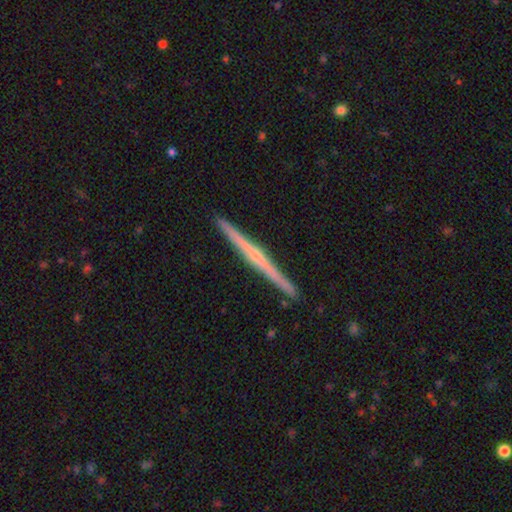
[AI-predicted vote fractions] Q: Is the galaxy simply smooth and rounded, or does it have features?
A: featured or disk — 76%.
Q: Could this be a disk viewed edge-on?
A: yes — 98%.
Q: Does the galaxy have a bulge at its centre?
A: rounded — 60%.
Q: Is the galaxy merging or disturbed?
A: none — 92%.